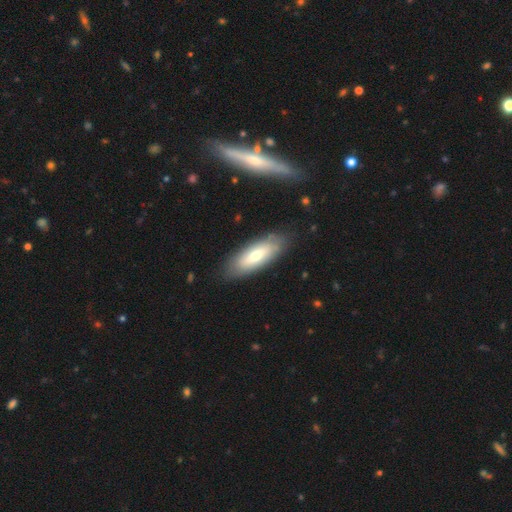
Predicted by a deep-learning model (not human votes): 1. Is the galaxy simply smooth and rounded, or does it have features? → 59% smooth, 35% featured or disk, 6% star or artifact.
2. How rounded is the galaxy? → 74% in between, 24% cigar-shaped, 2% round.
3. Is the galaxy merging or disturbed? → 82% none, 13% minor disturbance, 4% major disturbance, 2% merger.